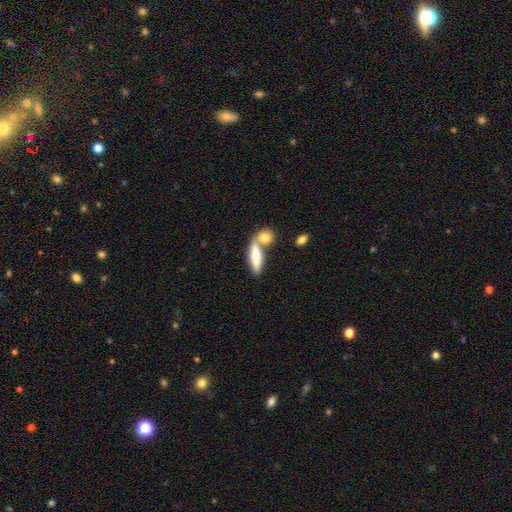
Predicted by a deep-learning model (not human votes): Q: Smooth or featured?
A: smooth (77%); runner-up: featured or disk (18%)
Q: How rounded?
A: cigar-shaped (55%); runner-up: in between (41%)
Q: Merging?
A: merger (44%); runner-up: none (42%)